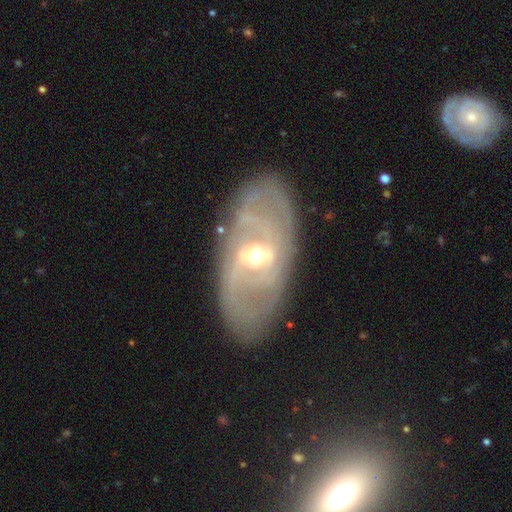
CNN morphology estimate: Q: Smooth or featured?
A: featured or disk (85%); runner-up: smooth (10%)
Q: Edge-on disk?
A: no (92%); runner-up: yes (8%)
Q: Bar?
A: weak (44%); runner-up: strong (34%)
Q: Spiral arms?
A: yes (84%); runner-up: no (16%)
Q: Spiral winding?
A: tight (59%); runner-up: medium (29%)
Q: Spiral arm count?
A: 2 (42%); runner-up: can't tell (35%)
Q: Bulge size?
A: moderate (61%); runner-up: small (34%)
Q: Merging?
A: none (79%); runner-up: minor disturbance (14%)